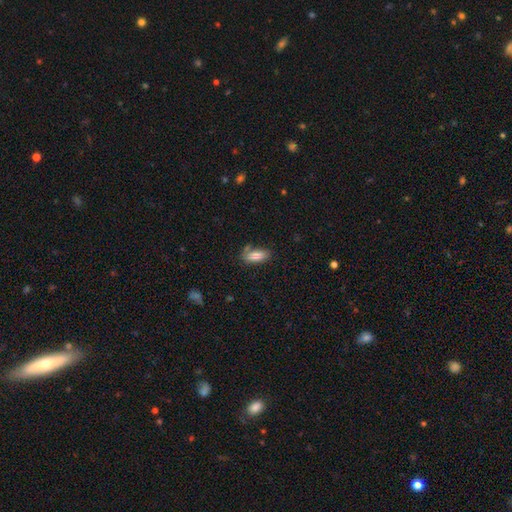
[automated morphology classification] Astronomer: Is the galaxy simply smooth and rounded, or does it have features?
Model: smooth — 83%.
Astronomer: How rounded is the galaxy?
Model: in between — 84%.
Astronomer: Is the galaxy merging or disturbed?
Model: none — 65%.